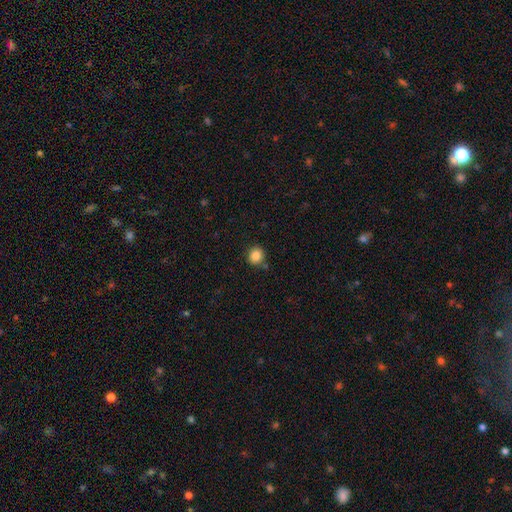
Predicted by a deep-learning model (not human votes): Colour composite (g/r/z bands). It shows a smooth galaxy with no disk features (86%) that is round (88%). Merging: none (83%).